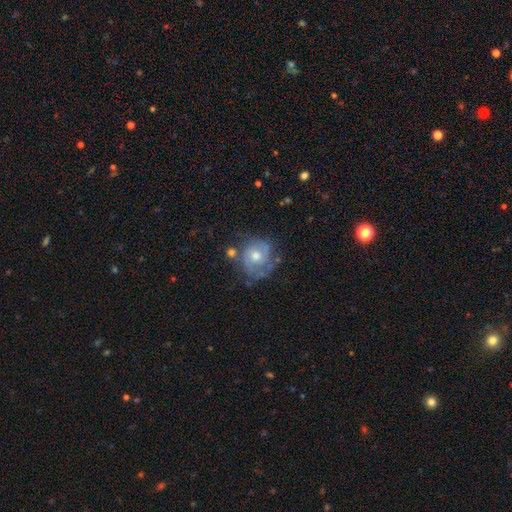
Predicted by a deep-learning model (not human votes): featured or disk 64%, smooth 27%, star or artifact 9%. Down the decision tree: edge-on disk — no (97%); bar — no (79%); spiral arms — yes (80%); bulge size — moderate (71%); merging — none (61%).